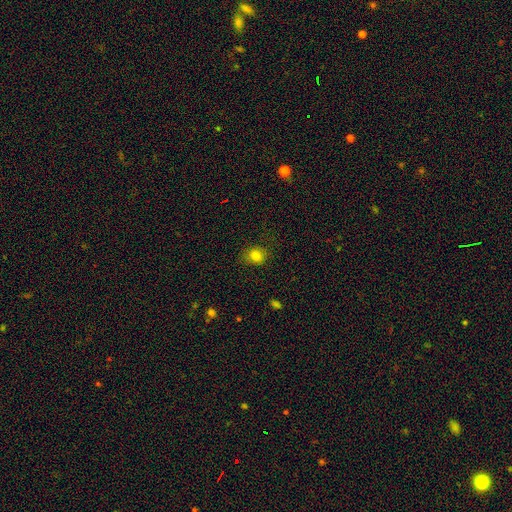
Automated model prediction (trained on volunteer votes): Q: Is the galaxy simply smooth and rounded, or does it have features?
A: smooth — 81%.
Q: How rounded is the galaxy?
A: round — 70%.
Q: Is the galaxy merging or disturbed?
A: none — 79%.